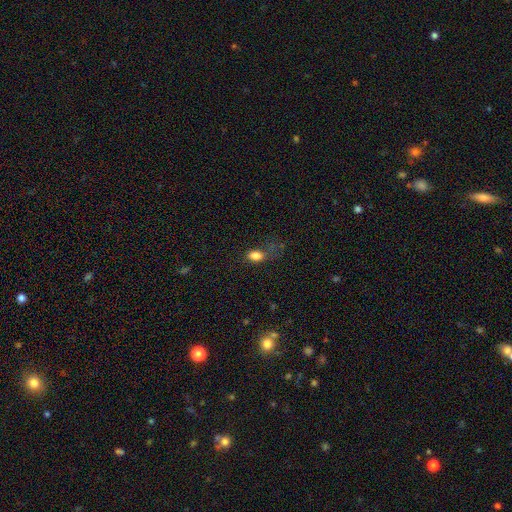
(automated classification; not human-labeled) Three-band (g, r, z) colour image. It shows a smooth galaxy with no disk features (80%) that is in between round and cigar-shaped (78%). Merging: major disturbance (36%).